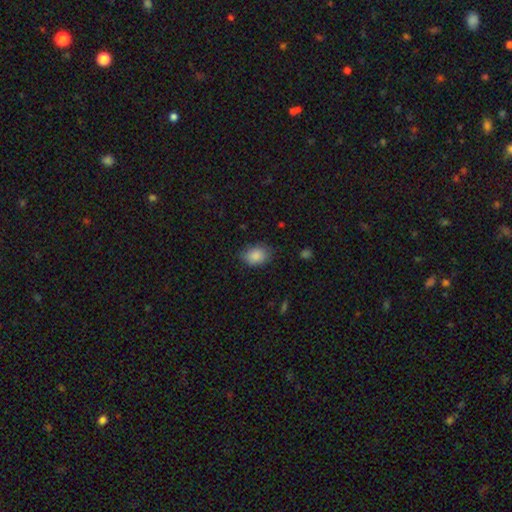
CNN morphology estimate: Smooth or featured: smooth — 87% (star or artifact — 8%)
How rounded: in between — 74% (round — 25%)
Merging: none — 75% (minor disturbance — 20%)